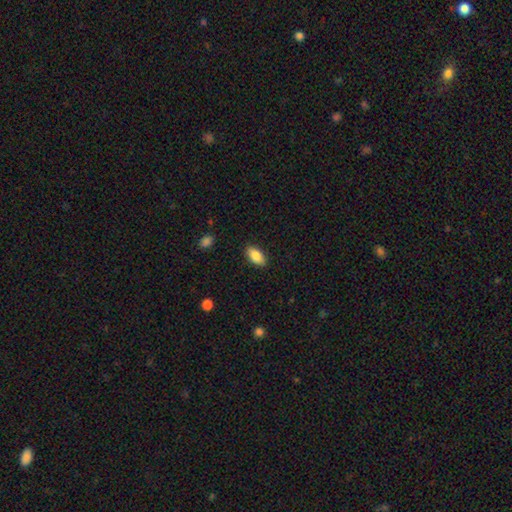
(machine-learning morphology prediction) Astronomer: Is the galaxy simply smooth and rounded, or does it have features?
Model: smooth — 86%.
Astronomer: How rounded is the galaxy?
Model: in between — 91%.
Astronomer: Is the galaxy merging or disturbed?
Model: none — 88%.